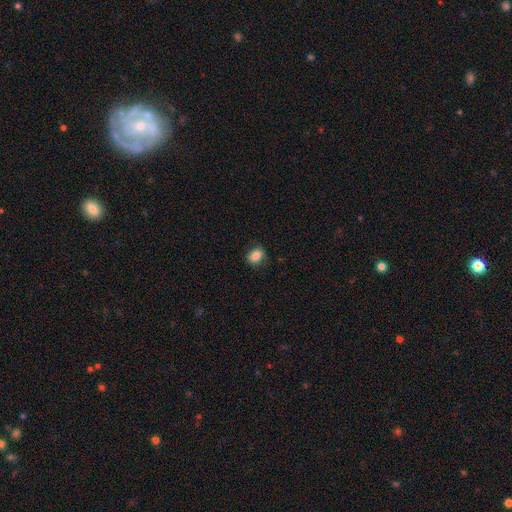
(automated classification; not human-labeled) Smooth or featured: smooth — 84% (star or artifact — 9%)
How rounded: round — 52% (in between — 47%)
Merging: none — 80% (minor disturbance — 15%)